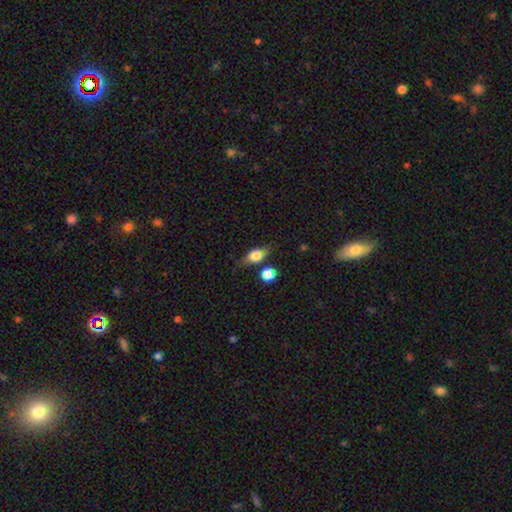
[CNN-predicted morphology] Smooth or featured?
  - smooth: 72% *
  - featured or disk: 20%
  - star or artifact: 8%
How rounded?
  - in between: 71% *
  - round: 19%
  - cigar-shaped: 10%
Merging?
  - none: 67% *
  - minor disturbance: 19%
  - merger: 8%
  - major disturbance: 6%